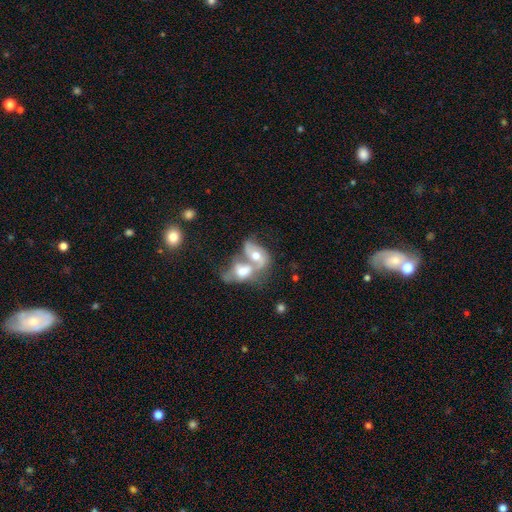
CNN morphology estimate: featured or disk 60%, smooth 33%, star or artifact 7%. Down the decision tree: edge-on disk — no (95%); bar — no (63%); spiral arms — yes (72%); bulge size — moderate (67%); merging — merger (78%).